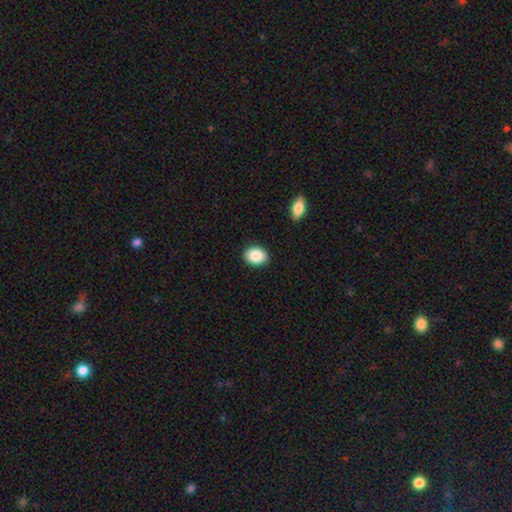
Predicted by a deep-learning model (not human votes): smooth 88%, star or artifact 7%, featured or disk 5%. Down the decision tree: how rounded — in between (66%); merging — none (90%).